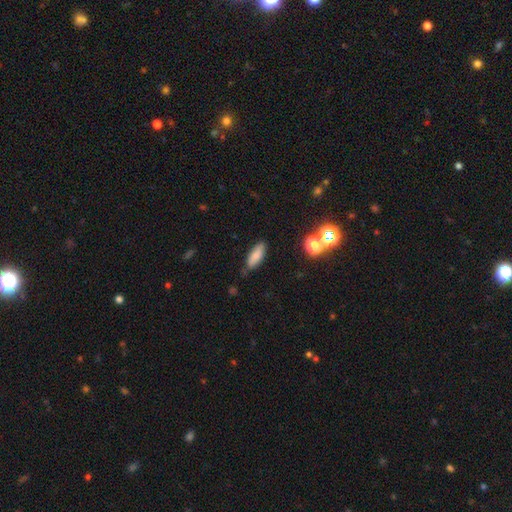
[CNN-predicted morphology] Smooth or featured: smooth — 80% (featured or disk — 11%)
How rounded: in between — 66% (cigar-shaped — 31%)
Merging: none — 73% (minor disturbance — 20%)